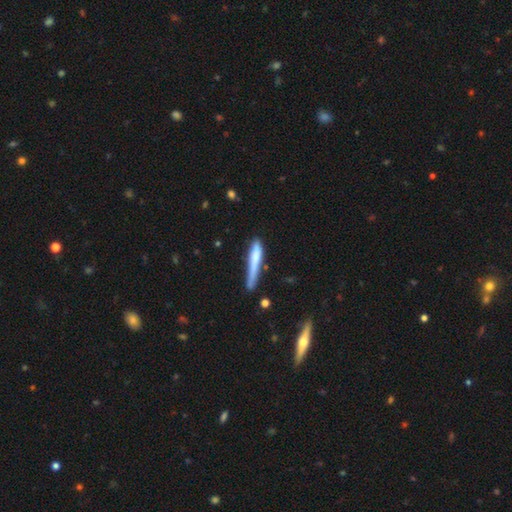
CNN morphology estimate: Smooth or featured: smooth — 66% (featured or disk — 27%)
How rounded: cigar-shaped — 92% (in between — 6%)
Merging: none — 55% (minor disturbance — 32%)